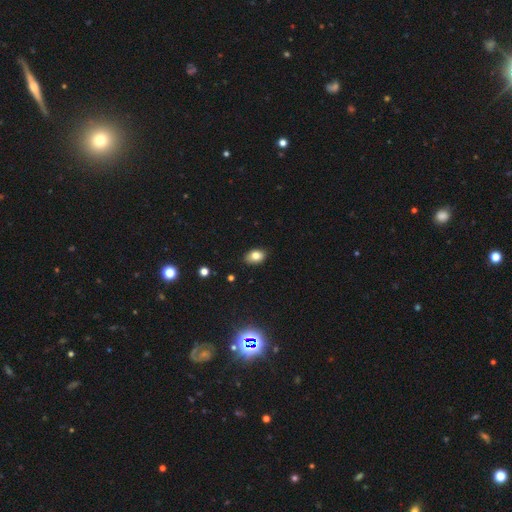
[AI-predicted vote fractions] Q: Smooth or featured?
A: smooth (81%); runner-up: star or artifact (10%)
Q: How rounded?
A: in between (82%); runner-up: round (16%)
Q: Merging?
A: none (85%); runner-up: minor disturbance (12%)